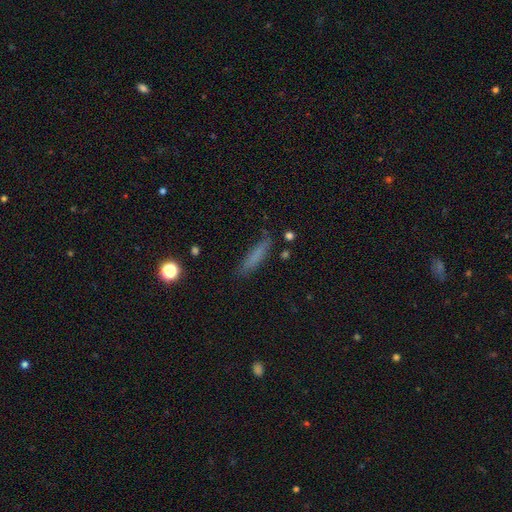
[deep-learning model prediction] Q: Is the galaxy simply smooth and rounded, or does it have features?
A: smooth — 73%.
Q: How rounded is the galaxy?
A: cigar-shaped — 82%.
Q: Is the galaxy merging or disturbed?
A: none — 76%.